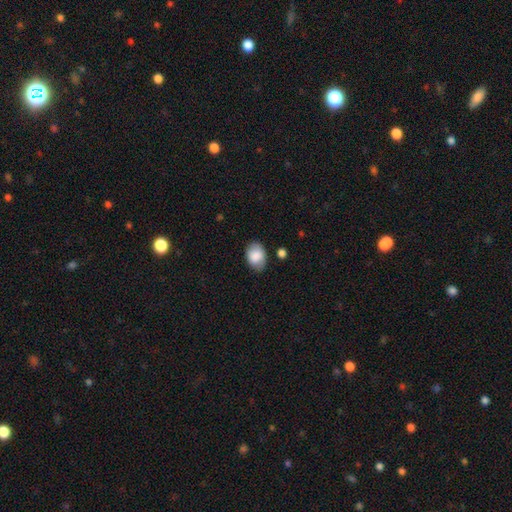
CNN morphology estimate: Q: Smooth or featured?
A: smooth (85%); runner-up: featured or disk (8%)
Q: How rounded?
A: in between (80%); runner-up: round (19%)
Q: Merging?
A: none (73%); runner-up: minor disturbance (20%)